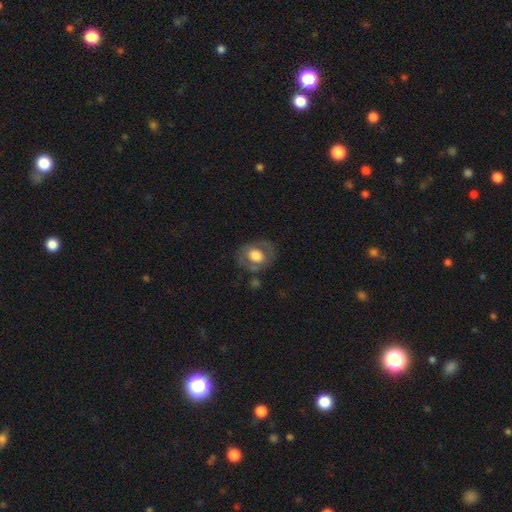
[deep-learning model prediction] Q: Smooth or featured?
A: smooth (53%); runner-up: featured or disk (40%)
Q: How rounded?
A: in between (52%); runner-up: round (47%)
Q: Merging?
A: none (67%); runner-up: minor disturbance (19%)